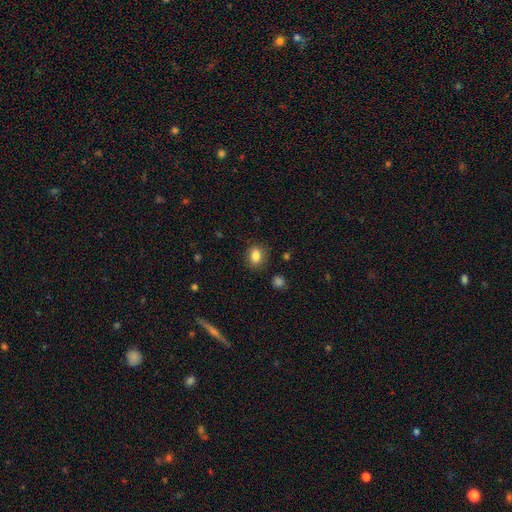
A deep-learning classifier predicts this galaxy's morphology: This is clearly a smooth galaxy (84%). How rounded: likely in between (63%). Merging: clearly none (85%).